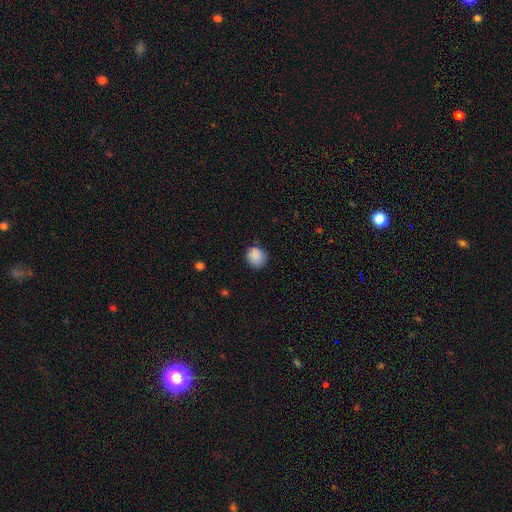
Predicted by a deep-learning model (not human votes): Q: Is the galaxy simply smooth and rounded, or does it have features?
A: smooth — 87%.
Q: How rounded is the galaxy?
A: round — 86%.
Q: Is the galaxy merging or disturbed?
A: none — 79%.